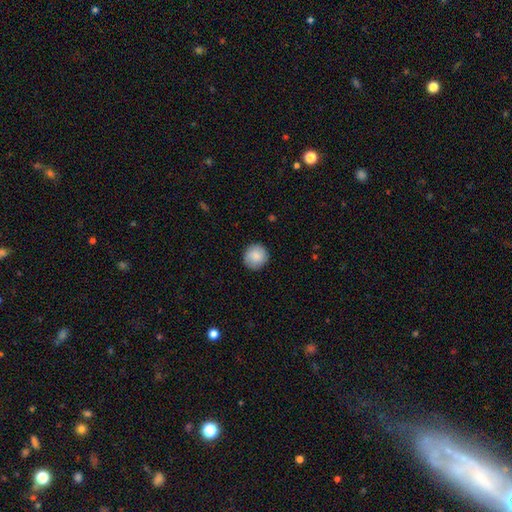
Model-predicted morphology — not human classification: Overall: smooth (86%). How rounded: round (94%). Merging: none (90%).